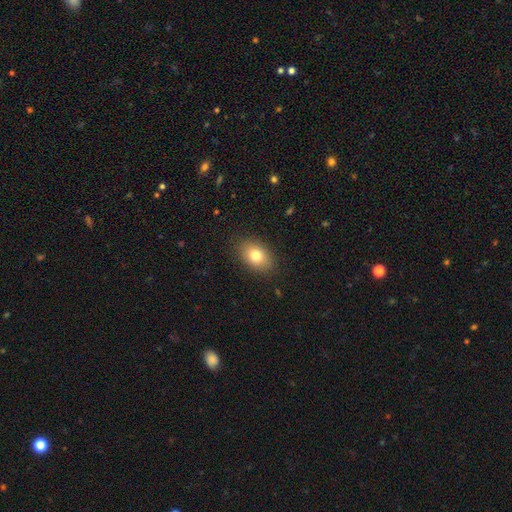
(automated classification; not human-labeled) smooth 78%, featured or disk 13%, star or artifact 10%. Down the decision tree: how rounded — in between (82%); merging — none (87%).